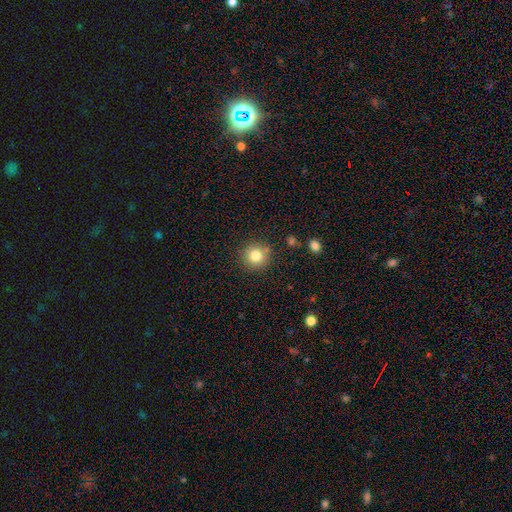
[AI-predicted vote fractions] Smooth or featured?
  - smooth: 80% *
  - star or artifact: 11%
  - featured or disk: 8%
How rounded?
  - round: 93% *
  - in between: 6%
  - cigar-shaped: 1%
Merging?
  - none: 84% *
  - minor disturbance: 9%
  - merger: 4%
  - major disturbance: 3%